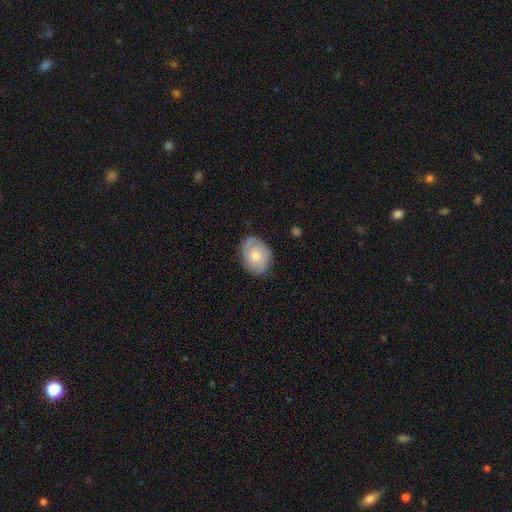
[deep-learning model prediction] A smooth galaxy with no disk features (54%) that is in between round and cigar-shaped (66%). Merging: none (74%).